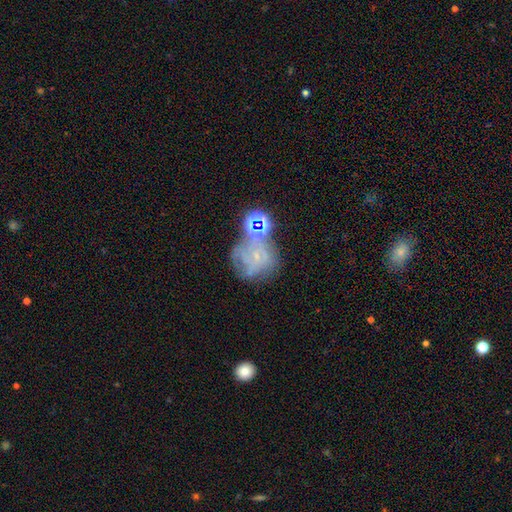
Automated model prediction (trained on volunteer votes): Smooth or featured: featured or disk — 48% (star or artifact — 29%)
Merging: none — 52% (minor disturbance — 18%)